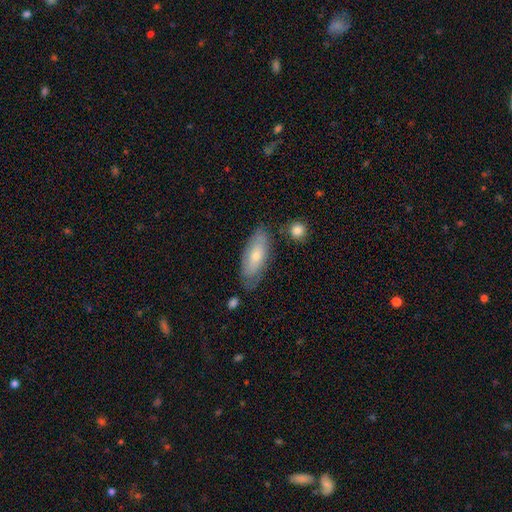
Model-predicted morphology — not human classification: The model was most divided on "smooth or featured": smooth: 53%, featured or disk: 40%, star or artifact: 7%. More confident: how rounded — in between (73%); merging — none (72%).